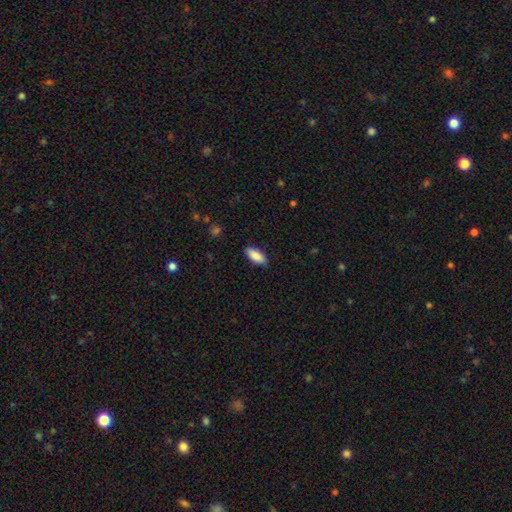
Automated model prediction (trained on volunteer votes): Smooth or featured?
  - smooth: 88% *
  - star or artifact: 6%
  - featured or disk: 6%
How rounded?
  - in between: 80% *
  - cigar-shaped: 18%
  - round: 2%
Merging?
  - none: 86% *
  - minor disturbance: 10%
  - major disturbance: 2%
  - merger: 1%